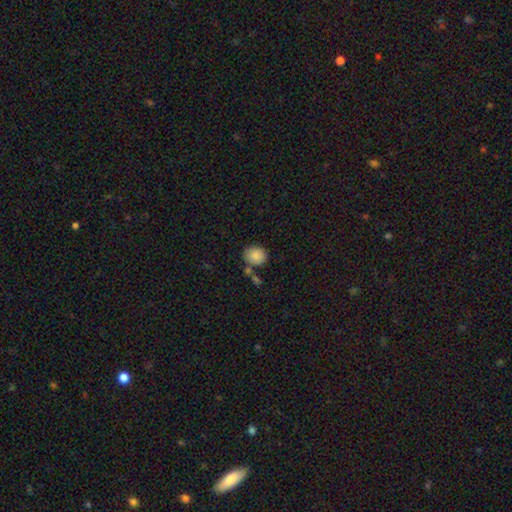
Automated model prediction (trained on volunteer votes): Smooth or featured: smooth — 86% (star or artifact — 8%)
How rounded: round — 62% (in between — 38%)
Merging: none — 70% (minor disturbance — 14%)